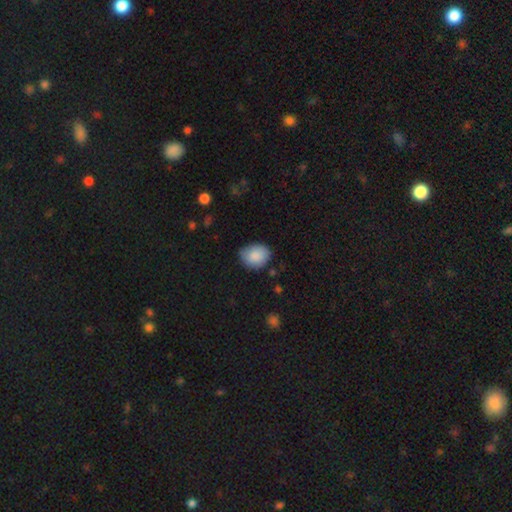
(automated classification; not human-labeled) Smooth or featured?
  - smooth: 87% *
  - star or artifact: 7%
  - featured or disk: 6%
How rounded?
  - round: 50% *
  - in between: 49%
  - cigar-shaped: 1%
Merging?
  - none: 70% *
  - minor disturbance: 24%
  - major disturbance: 4%
  - merger: 2%